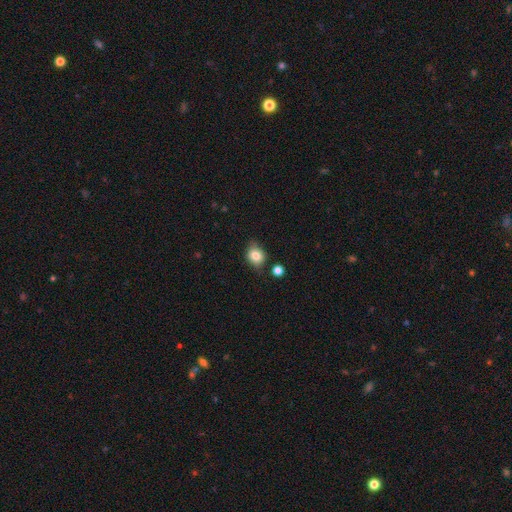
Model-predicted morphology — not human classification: A smooth galaxy with no disk features (81%) that is round (51%).

Vote fractions:
- Smooth or featured? smooth: 81% / star or artifact: 10% / featured or disk: 10%
- How rounded? round: 51% / in between: 48% / cigar-shaped: 1%
- Merging? none: 73% / minor disturbance: 19% / merger: 4% / major disturbance: 4%